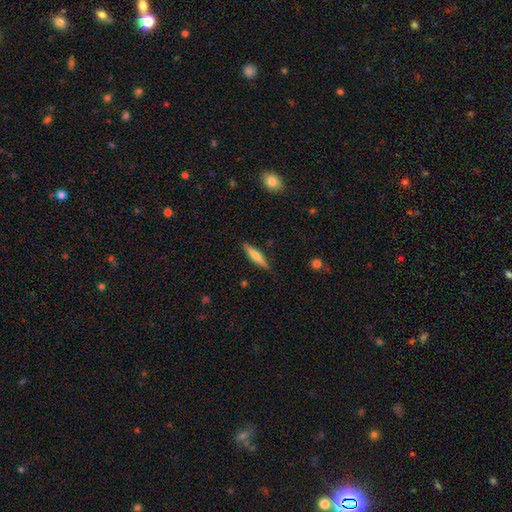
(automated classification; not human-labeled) A smooth galaxy with no disk features (63%) that is cigar-shaped (86%). Merging: none (88%).